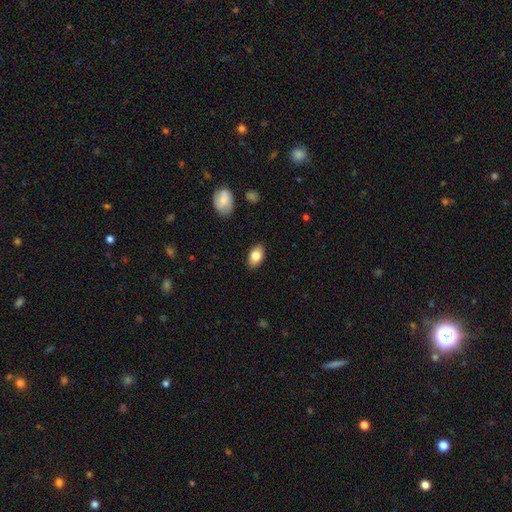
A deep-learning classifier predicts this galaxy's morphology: Smooth or featured?
  - smooth: 81% *
  - featured or disk: 11%
  - star or artifact: 7%
How rounded?
  - in between: 91% *
  - round: 7%
  - cigar-shaped: 2%
Merging?
  - none: 87% *
  - minor disturbance: 9%
  - major disturbance: 2%
  - merger: 1%